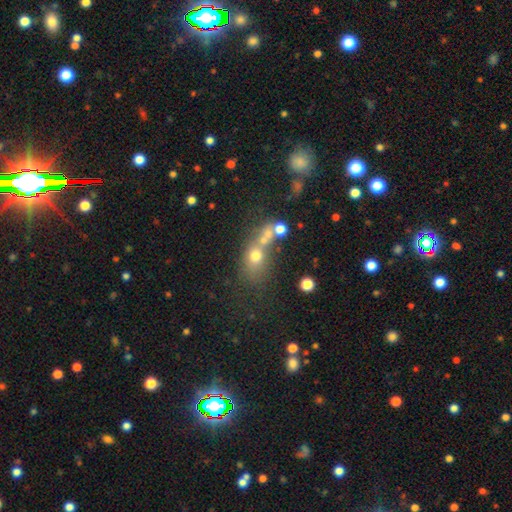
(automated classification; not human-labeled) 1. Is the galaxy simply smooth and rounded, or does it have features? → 61% smooth, 20% featured or disk, 19% star or artifact.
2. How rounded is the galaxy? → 50% round, 45% in between, 4% cigar-shaped.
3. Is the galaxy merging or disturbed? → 40% merger, 36% none, 12% minor disturbance, 12% major disturbance.